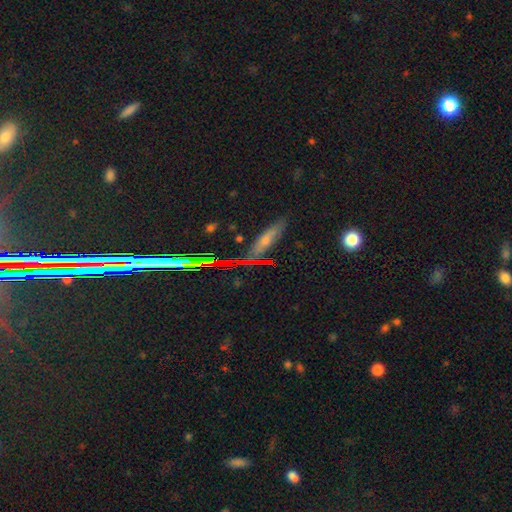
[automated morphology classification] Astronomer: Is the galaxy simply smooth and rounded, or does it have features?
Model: star or artifact — 65%.